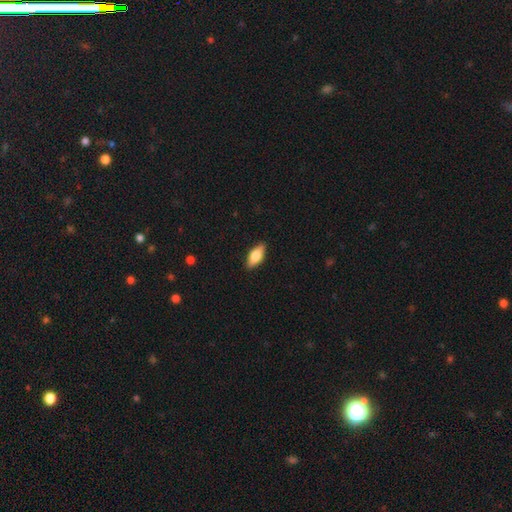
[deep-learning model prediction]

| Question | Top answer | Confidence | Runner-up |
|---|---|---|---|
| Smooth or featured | smooth | 70% | featured or disk (24%) |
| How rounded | in between | 82% | cigar-shaped (15%) |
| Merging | none | 88% | minor disturbance (9%) |